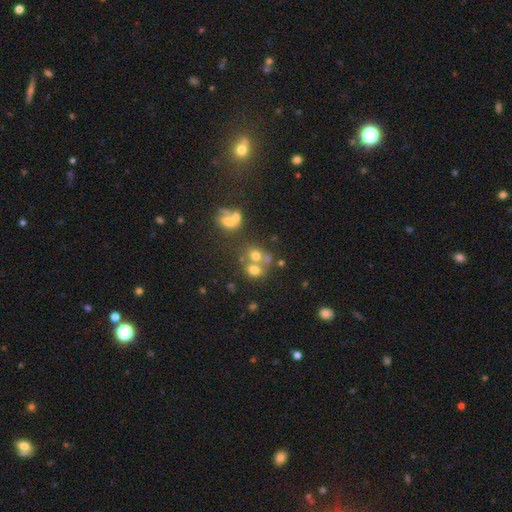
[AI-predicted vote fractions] This is likely a smooth galaxy (63%). How rounded: likely round (63%). Merging: possibly merger (46%).